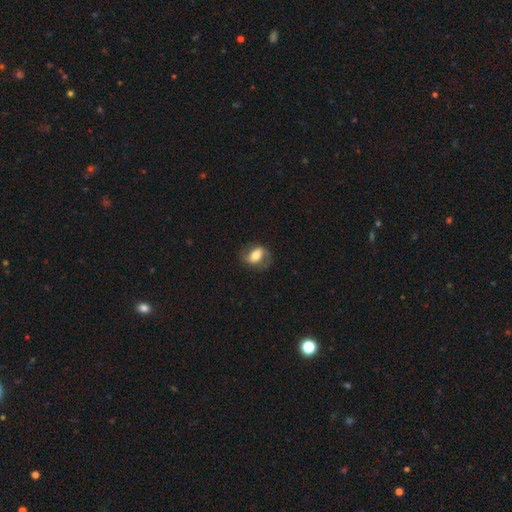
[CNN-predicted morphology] Smooth or featured? smooth (55%)
How rounded? in between (75%)
Merging? none (69%)